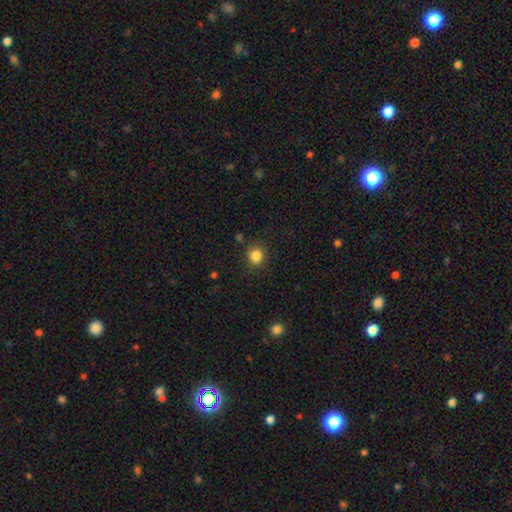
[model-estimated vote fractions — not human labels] This appears to be a smooth galaxy with no disk features (84%) that is round (89%). Merging: none (87%).